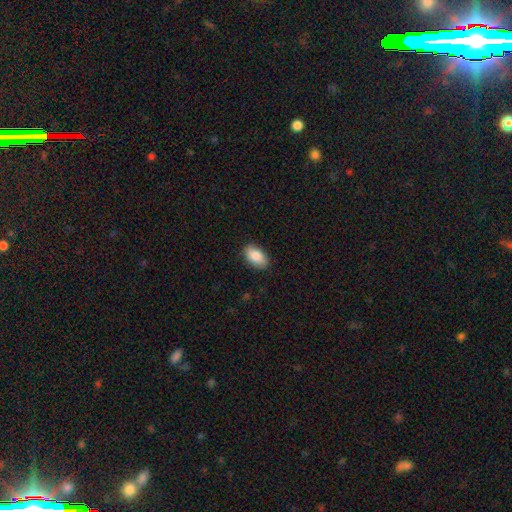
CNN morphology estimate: smooth_or_featured: smooth (p=0.86) [alt: featured or disk p=0.07]
how_rounded: in between (p=0.93) [alt: round p=0.05]
merging: none (p=0.87) [alt: minor disturbance p=0.10]